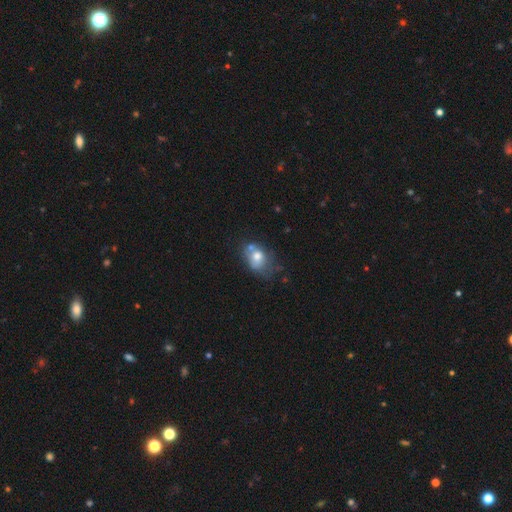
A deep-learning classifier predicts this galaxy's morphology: Q: Smooth or featured?
A: smooth (64%); runner-up: featured or disk (27%)
Q: How rounded?
A: in between (67%); runner-up: round (32%)
Q: Merging?
A: none (34%); runner-up: minor disturbance (26%)